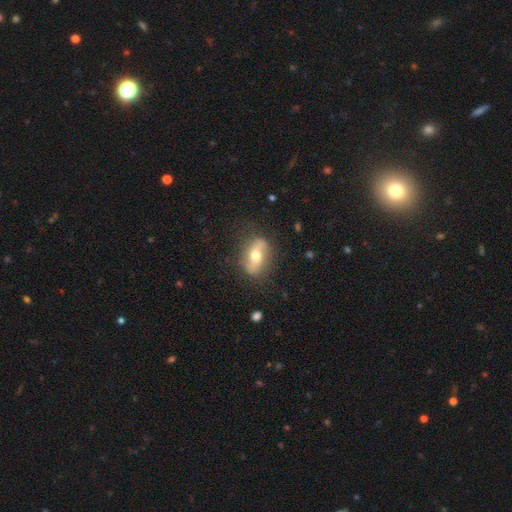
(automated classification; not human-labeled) smooth_or_featured: featured or disk (p=0.56) [alt: smooth p=0.37]
disk_edge_on: no (p=0.82) [alt: yes p=0.18]
merging: none (p=0.77) [alt: minor disturbance p=0.16]